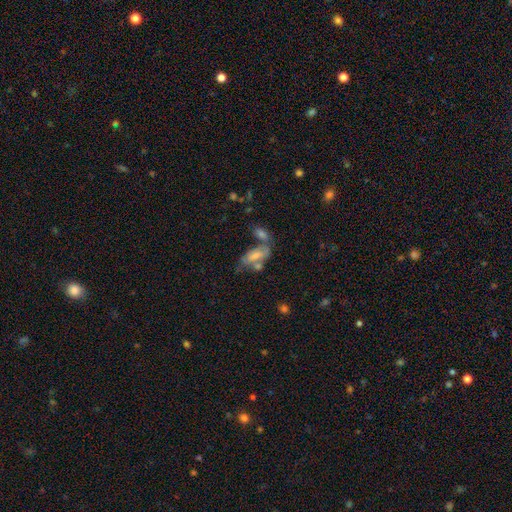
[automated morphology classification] Smooth or featured: smooth — 61% (featured or disk — 31%)
How rounded: in between — 85% (cigar-shaped — 11%)
Merging: merger — 38% (none — 33%)